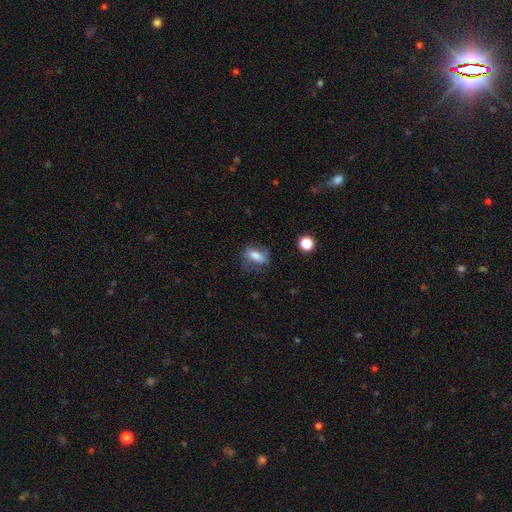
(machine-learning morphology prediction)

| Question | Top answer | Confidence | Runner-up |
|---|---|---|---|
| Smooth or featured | smooth | 71% | featured or disk (20%) |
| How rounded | in between | 78% | round (12%) |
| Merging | none | 66% | minor disturbance (22%) |